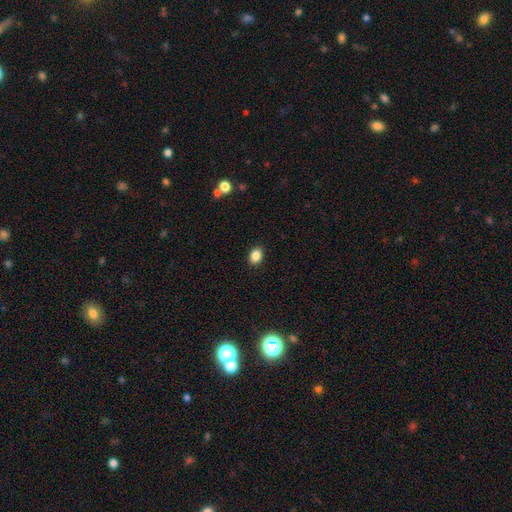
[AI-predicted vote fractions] Smooth or featured? smooth (86%)
How rounded? in between (72%)
Merging? none (89%)